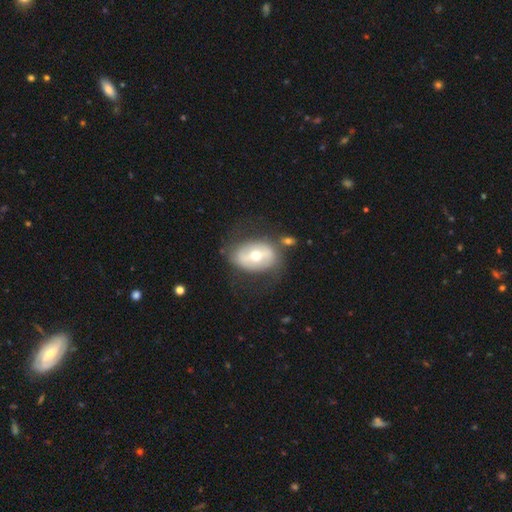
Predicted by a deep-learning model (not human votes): Q: Smooth or featured?
A: featured or disk (54%); runner-up: smooth (39%)
Q: Edge-on disk?
A: no (92%); runner-up: yes (8%)
Q: Bar?
A: no (35%); tied with: strong (35%)
Q: Spiral arms?
A: no (66%); runner-up: yes (34%)
Q: Bulge size?
A: moderate (63%); runner-up: small (30%)
Q: Merging?
A: none (66%); runner-up: minor disturbance (18%)